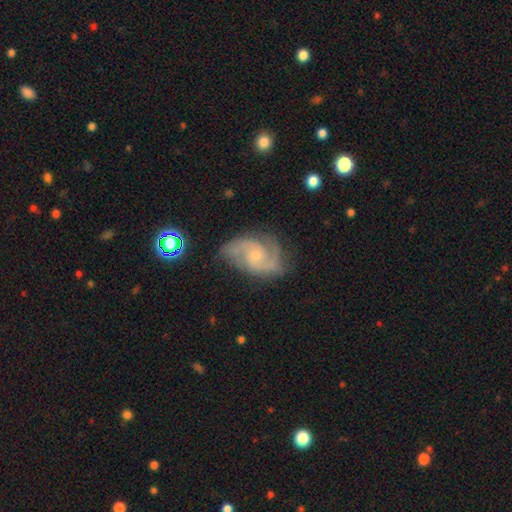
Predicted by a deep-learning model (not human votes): Overall: featured or disk (88%). Edge-on disk: no (98%). Bar: no (62%; weak 33%). Spiral arms: yes (98%). Spiral arm count: 2 (82%). Spiral winding: medium (57%; tight 27%). Bulge size: small (68%). Merging: none (70%).